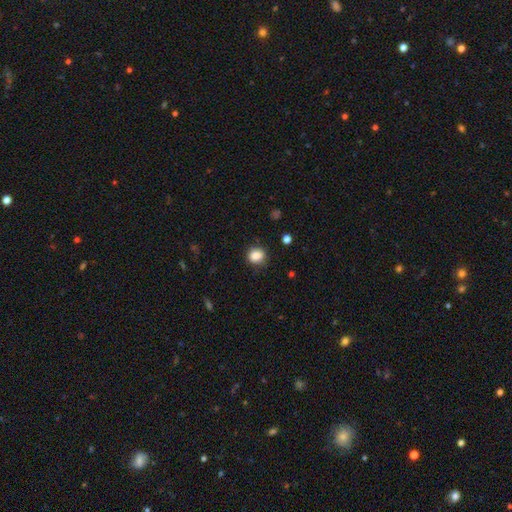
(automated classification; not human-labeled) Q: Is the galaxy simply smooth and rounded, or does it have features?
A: smooth — 85%.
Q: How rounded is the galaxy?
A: round — 75%.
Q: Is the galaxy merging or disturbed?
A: none — 82%.